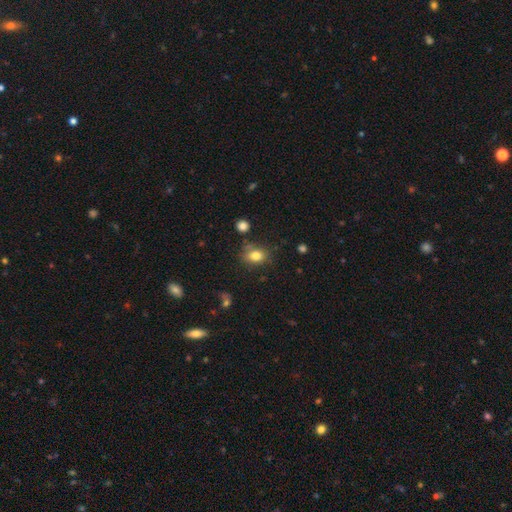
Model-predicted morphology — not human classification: This appears to be a smooth galaxy with no disk features (80%) that is in between round and cigar-shaped (64%). Merging: none (73%).